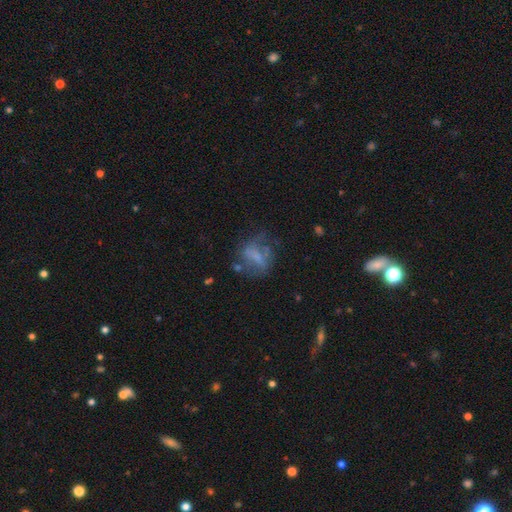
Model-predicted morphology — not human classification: smooth-or-featured: featured or disk: 48% | smooth: 39% | star or artifact: 13%
  merging: none: 42% | major disturbance: 29% | minor disturbance: 23% | merger: 6%